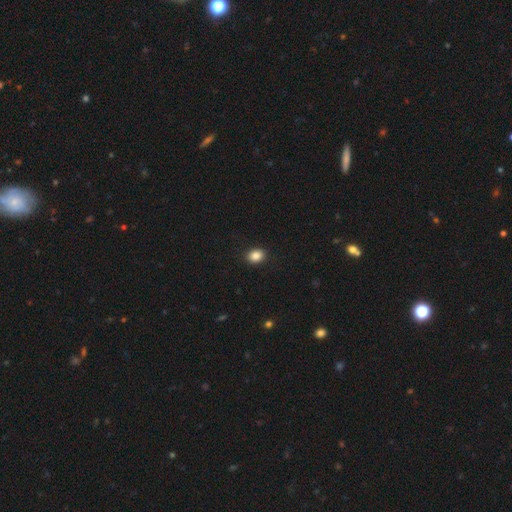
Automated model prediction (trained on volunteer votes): Morphology: type=smooth (87%); roundness=in between (55%); merging=none (91%).